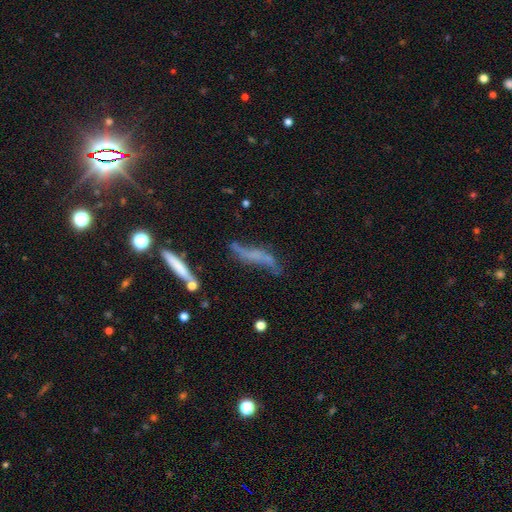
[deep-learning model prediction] smooth-or-featured: featured or disk: 54% | smooth: 30% | star or artifact: 16%
  disk-edge-on: no: 59% | yes: 41%
  merging: none: 48% | minor disturbance: 25% | major disturbance: 18% | merger: 10%